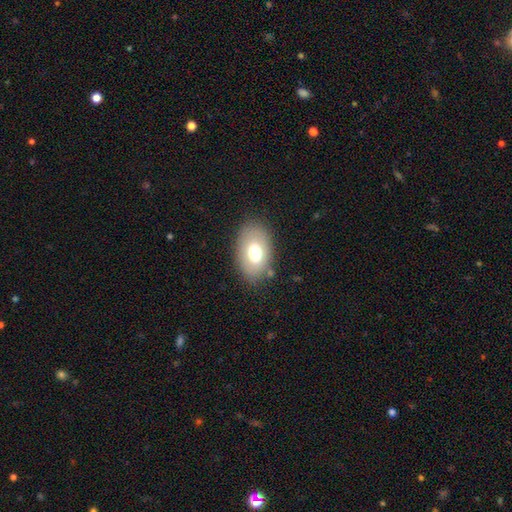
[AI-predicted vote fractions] The model was most divided on "smooth or featured": smooth: 70%, featured or disk: 22%, star or artifact: 9%. More confident: how rounded — in between (89%); merging — none (82%).